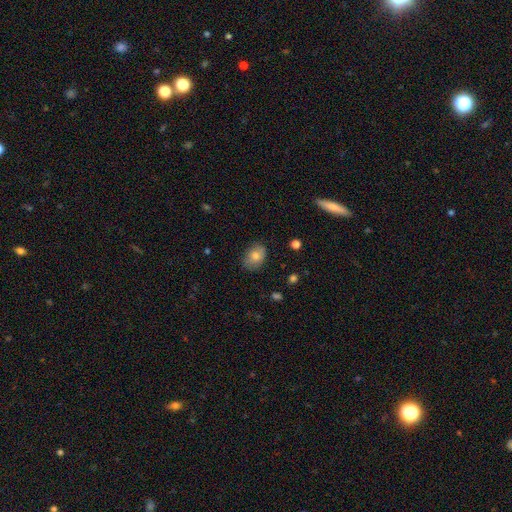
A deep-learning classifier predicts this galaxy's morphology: smooth 77%, featured or disk 14%, star or artifact 8%. Down the decision tree: how rounded — in between (75%); merging — none (77%).